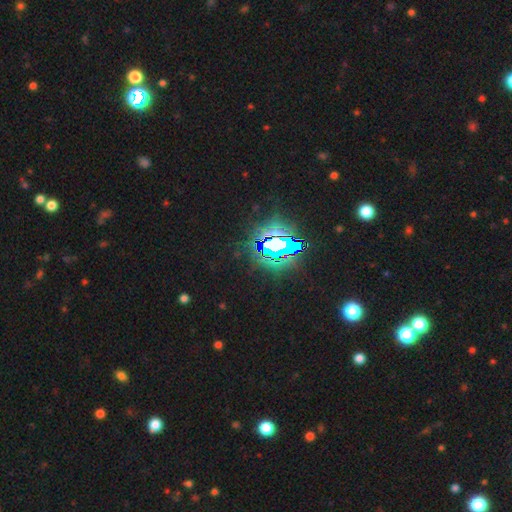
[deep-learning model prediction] This appears to be a star or artifact, not a galaxy (83%).